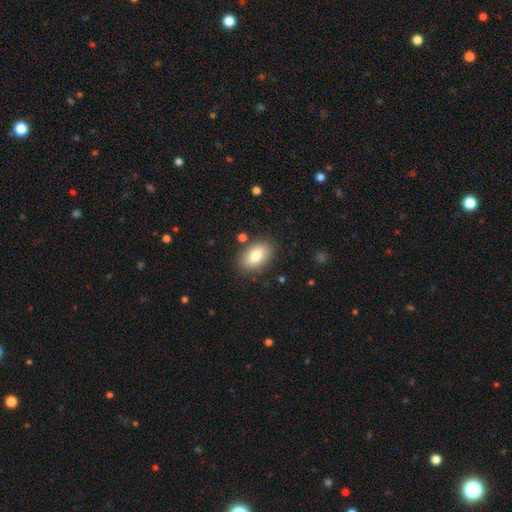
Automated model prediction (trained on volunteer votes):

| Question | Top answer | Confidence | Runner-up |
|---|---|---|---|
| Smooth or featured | smooth | 81% | featured or disk (12%) |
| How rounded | in between | 90% | round (8%) |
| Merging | none | 83% | minor disturbance (11%) |